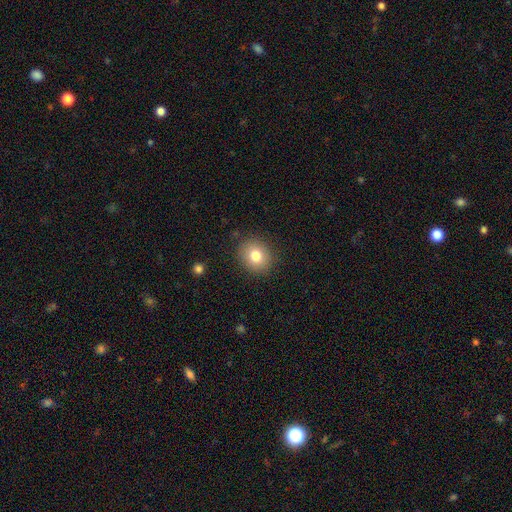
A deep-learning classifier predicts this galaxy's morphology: type=smooth (78%); roundness=round (75%); merging=none (88%).